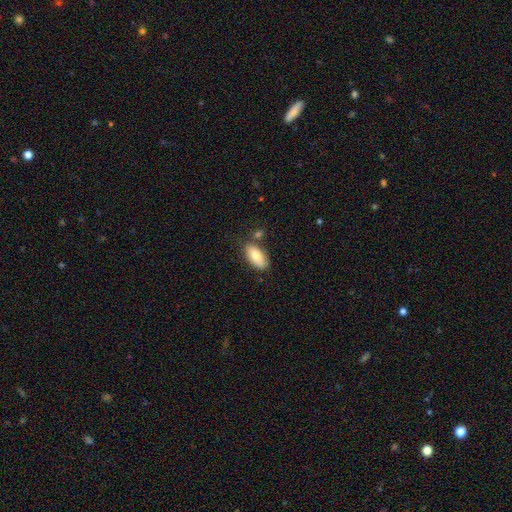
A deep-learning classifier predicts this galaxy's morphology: A smooth galaxy with no disk features (79%) that is in between round and cigar-shaped (90%). Merging: none (74%).